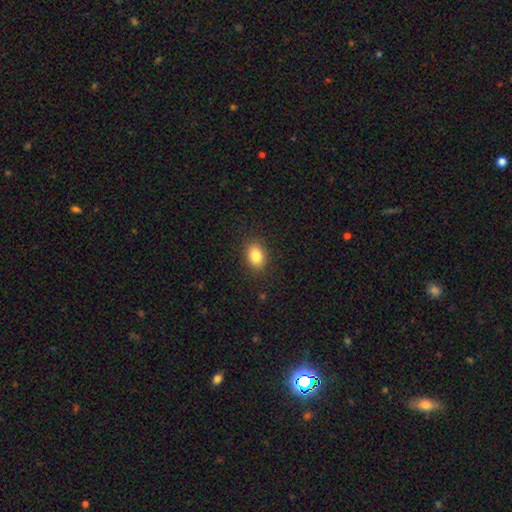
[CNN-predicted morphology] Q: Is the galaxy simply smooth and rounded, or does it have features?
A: smooth — 84%.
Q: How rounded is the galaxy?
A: in between — 70%.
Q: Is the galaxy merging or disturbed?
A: none — 88%.